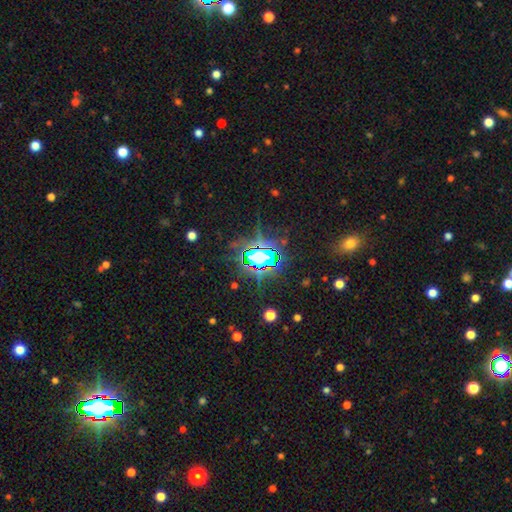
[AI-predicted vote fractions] This appears to be a star or artifact, not a galaxy (77%).